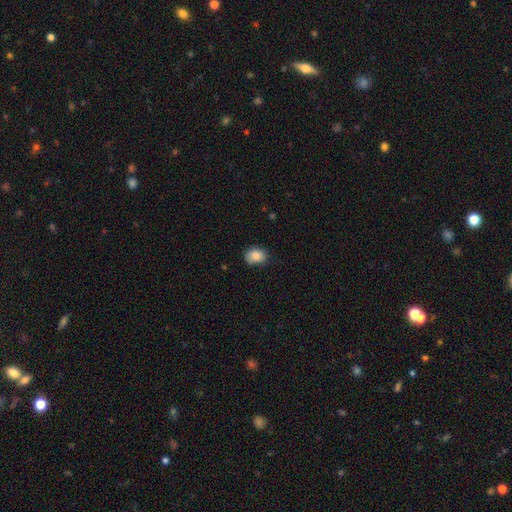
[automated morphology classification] smooth 85%, star or artifact 8%, featured or disk 6%. Down the decision tree: how rounded — in between (64%); merging — none (74%).